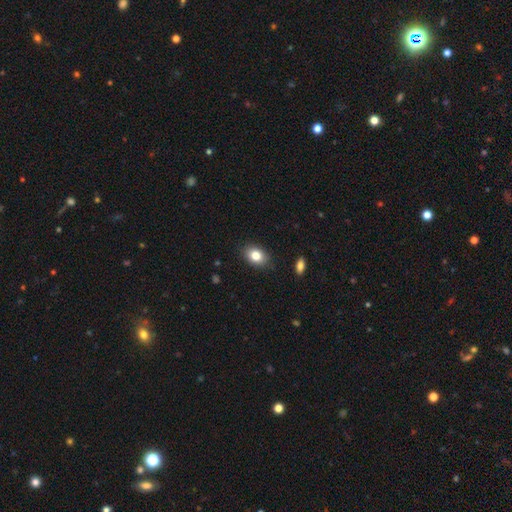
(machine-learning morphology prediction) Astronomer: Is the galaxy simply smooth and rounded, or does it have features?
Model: smooth — 81%.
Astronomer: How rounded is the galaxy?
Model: in between — 77%.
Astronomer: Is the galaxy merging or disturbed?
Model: none — 87%.